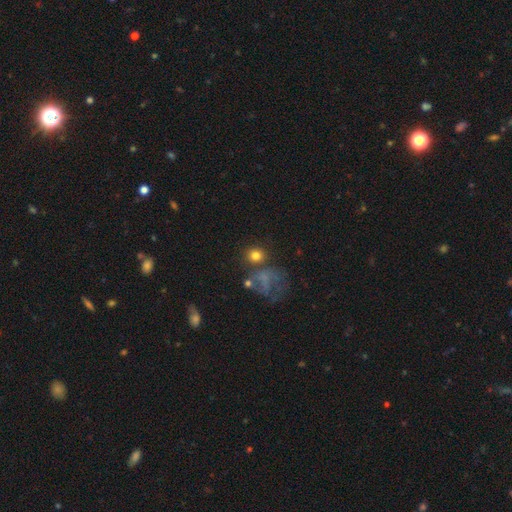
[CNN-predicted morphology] A smooth galaxy with no disk features (75%) that is round (82%). Merging: none (64%).